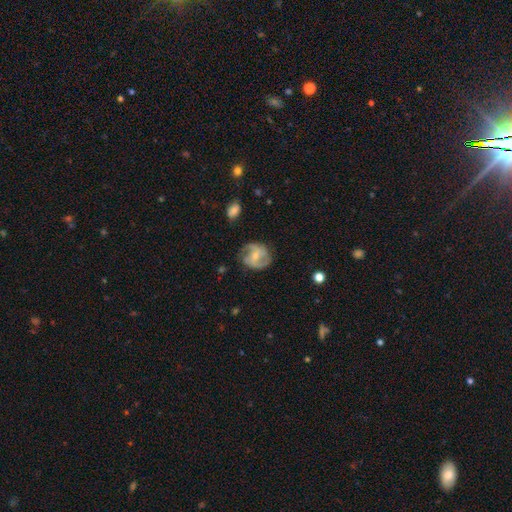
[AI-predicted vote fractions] Smooth or featured?
  - featured or disk: 80% *
  - smooth: 14%
  - star or artifact: 6%
Edge-on disk?
  - no: 98% *
  - yes: 2%
Bar?
  - no: 42% *
  - weak: 41%
  - strong: 17%
Spiral arms?
  - yes: 94% *
  - no: 6%
Spiral winding?
  - medium: 51% *
  - tight: 26%
  - loose: 24%
Spiral arm count?
  - 2: 79% *
  - 3: 8%
  - can't tell: 8%
  - 1: 2%
  - 4: 2%
  - more than 4: 2%
Bulge size?
  - small: 58% *
  - moderate: 37%
  - none: 3%
  - large: 1%
  - dominant: 1%
Merging?
  - none: 74% *
  - minor disturbance: 18%
  - major disturbance: 7%
  - merger: 1%